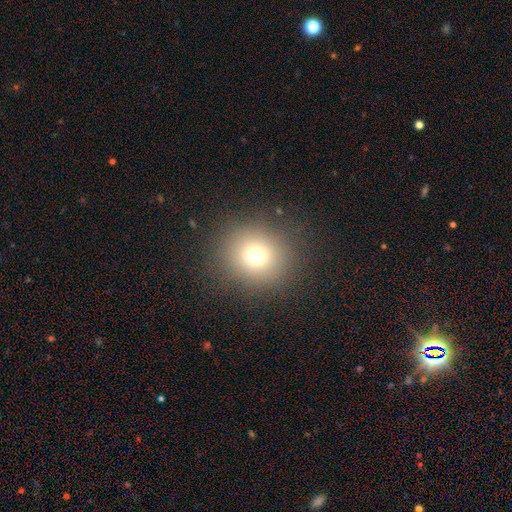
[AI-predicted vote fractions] Smooth or featured: smooth — 72% (star or artifact — 18%)
How rounded: round — 89% (in between — 10%)
Merging: none — 88% (minor disturbance — 7%)